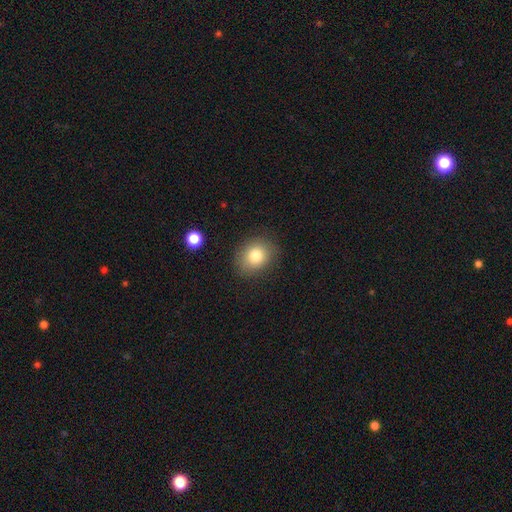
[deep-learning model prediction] smooth_or_featured: smooth (p=0.79) [alt: star or artifact p=0.11]
how_rounded: round (p=0.58) [alt: in between p=0.41]
merging: none (p=0.85) [alt: minor disturbance p=0.11]